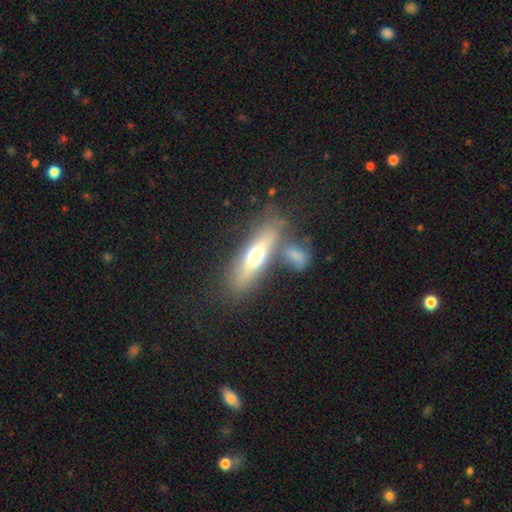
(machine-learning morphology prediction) This appears to be a smooth galaxy with no disk features (53%) that is cigar-shaped (63%). Merging: none (58%).